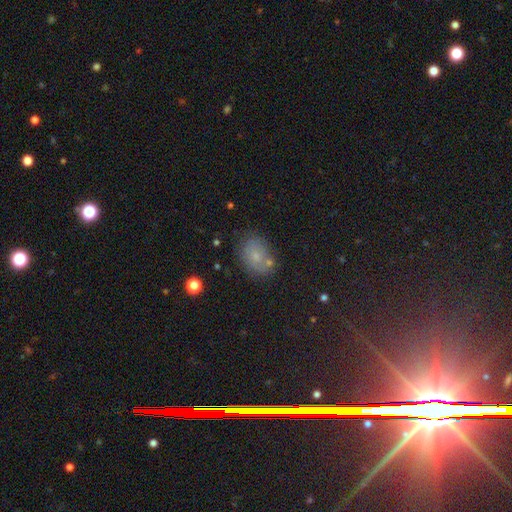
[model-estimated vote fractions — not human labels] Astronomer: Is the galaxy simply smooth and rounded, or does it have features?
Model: smooth — 65%.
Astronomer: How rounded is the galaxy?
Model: in between — 66%.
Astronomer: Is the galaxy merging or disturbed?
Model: none — 65%.